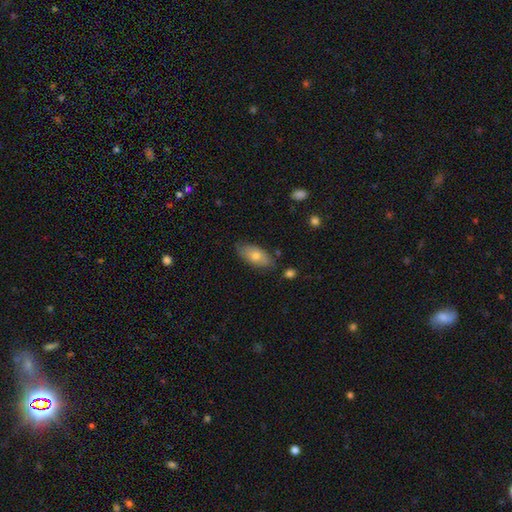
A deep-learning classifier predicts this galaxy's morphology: The model was most divided on "smooth or featured": smooth: 69%, featured or disk: 24%, star or artifact: 7%. More confident: how rounded — in between (88%); merging — none (79%).